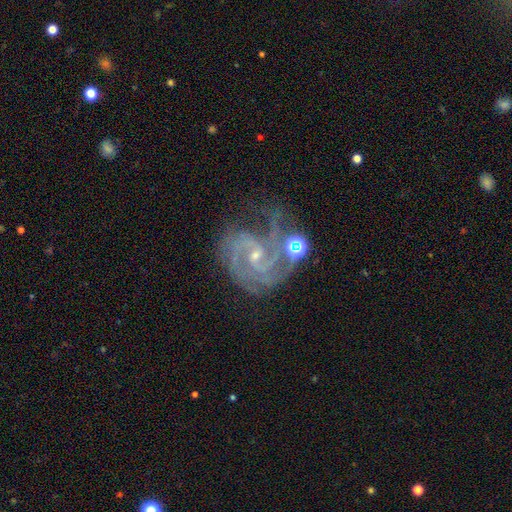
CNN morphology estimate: A featured or disk galaxy (88%) with a weak bar (46%), 2 (37%) tight (51%) spiral arms (97%) and a small central bulge (72%).

Vote fractions:
- Smooth or featured? featured or disk: 88% / star or artifact: 7% / smooth: 5%
- Edge-on disk? no: 98% / yes: 2%
- Bar? weak: 46% / no: 40% / strong: 14%
- Spiral arms? yes: 97% / no: 3%
- Spiral winding? tight: 51% / medium: 41% / loose: 8%
- Spiral arm count? 2: 37% / 3: 27% / can't tell: 17% / 4: 9% / 1: 5% / more than 4: 5%
- Bulge size? small: 72% / moderate: 23% / none: 3% / large: 1% / dominant: 1%
- Merging? none: 48% / minor disturbance: 22% / major disturbance: 17% / merger: 12%